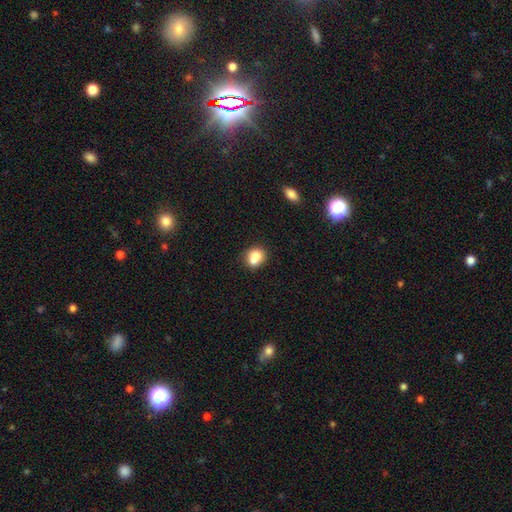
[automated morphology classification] Smooth or featured: smooth — 75% (featured or disk — 16%)
How rounded: round — 61% (in between — 38%)
Merging: merger — 46% (none — 38%)